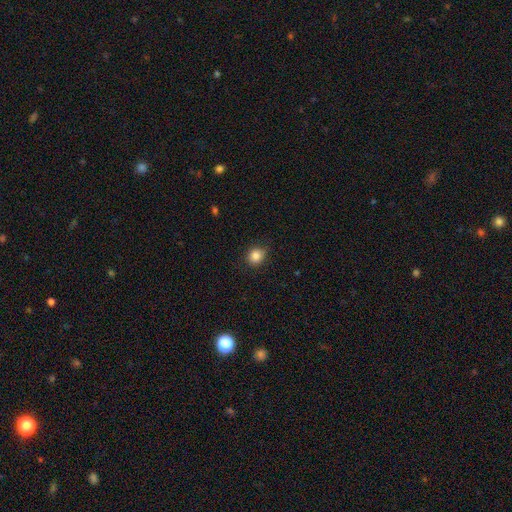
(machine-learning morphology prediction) A smooth galaxy with no disk features (85%) that is round (73%).

Vote fractions:
- Smooth or featured? smooth: 85% / star or artifact: 10% / featured or disk: 5%
- How rounded? round: 73% / in between: 26% / cigar-shaped: 1%
- Merging? none: 84% / minor disturbance: 12% / major disturbance: 3% / merger: 1%